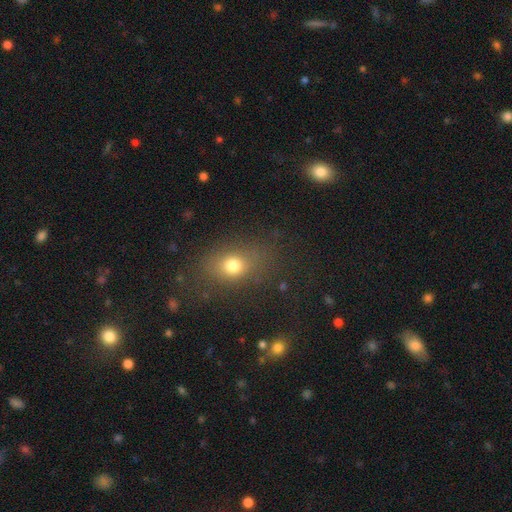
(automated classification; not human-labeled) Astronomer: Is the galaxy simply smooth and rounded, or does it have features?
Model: smooth — 62%.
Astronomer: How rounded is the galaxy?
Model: in between — 63%.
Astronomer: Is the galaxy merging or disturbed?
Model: none — 82%.